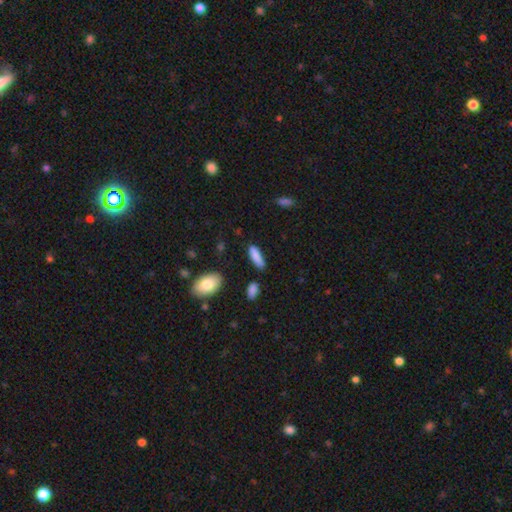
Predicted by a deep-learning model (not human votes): smooth-or-featured: smooth: 86% | featured or disk: 8% | star or artifact: 7%
  how-rounded: cigar-shaped: 52% | in between: 46% | round: 2%
  merging: none: 80% | minor disturbance: 14% | merger: 3% | major disturbance: 3%